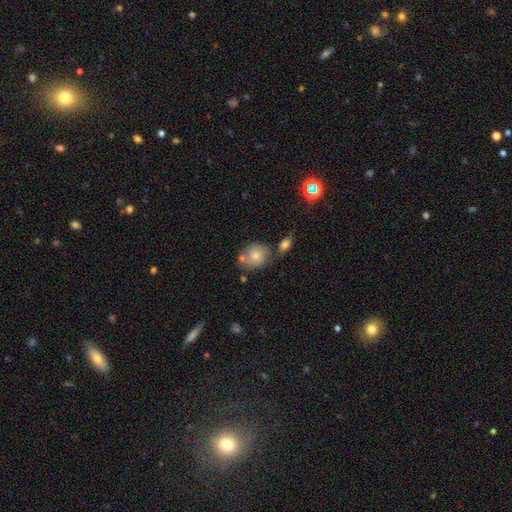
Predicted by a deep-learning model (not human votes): A smooth galaxy with no disk features (69%) that is round (66%). Merging: none (54%).